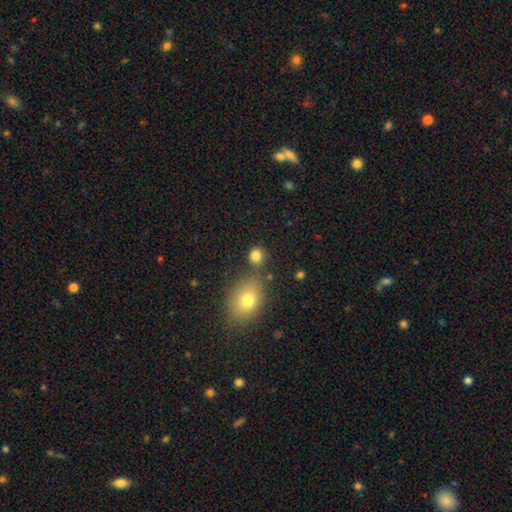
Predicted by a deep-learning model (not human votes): smooth_or_featured: smooth (p=0.82) [alt: star or artifact p=0.12]
how_rounded: round (p=0.81) [alt: in between p=0.18]
merging: none (p=0.74) [alt: merger p=0.13]